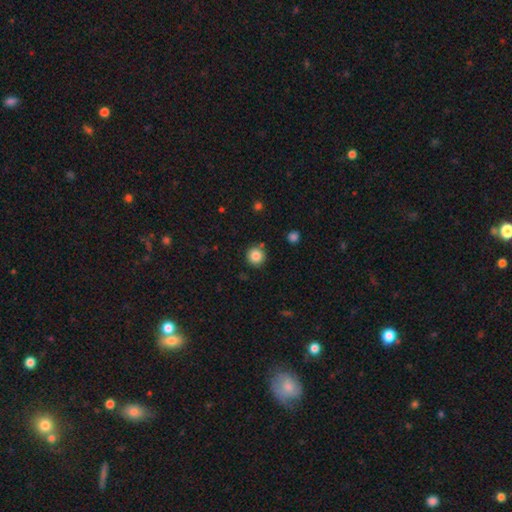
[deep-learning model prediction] Overall: smooth (85%). How rounded: round (94%). Merging: none (86%).